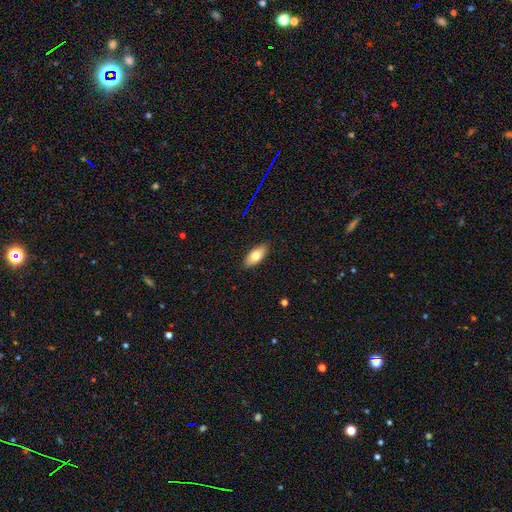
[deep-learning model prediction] A smooth galaxy with no disk features (76%) that is in between round and cigar-shaped (88%).

Vote fractions:
- Smooth or featured? smooth: 76% / featured or disk: 17% / star or artifact: 7%
- How rounded? in between: 88% / cigar-shaped: 10% / round: 3%
- Merging? none: 89% / minor disturbance: 9% / major disturbance: 2% / merger: 1%